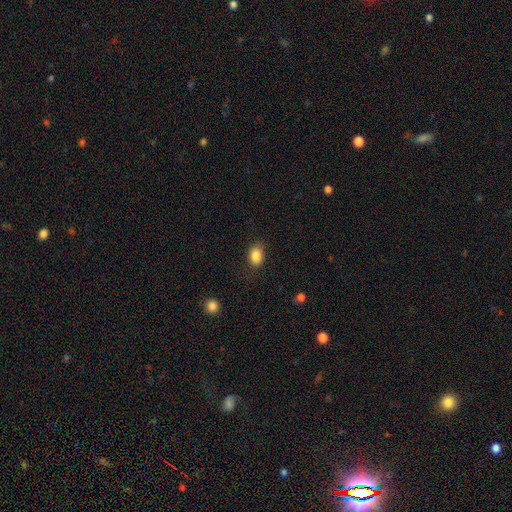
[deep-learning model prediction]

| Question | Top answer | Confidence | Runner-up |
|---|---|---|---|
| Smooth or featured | smooth | 86% | star or artifact (9%) |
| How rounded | in between | 74% | round (25%) |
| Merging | none | 74% | minor disturbance (19%) |